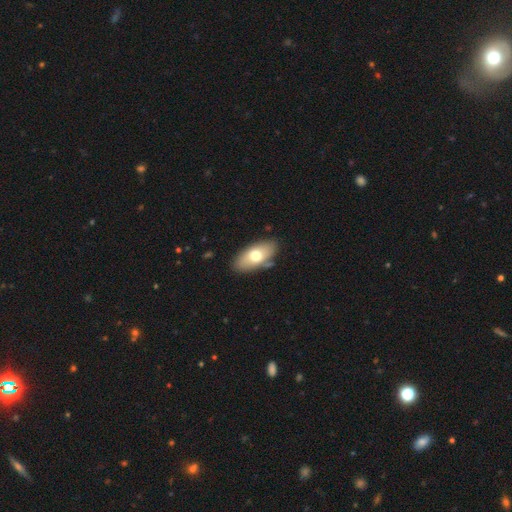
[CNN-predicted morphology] type=smooth (69%); roundness=in between (91%); merging=none (80%).